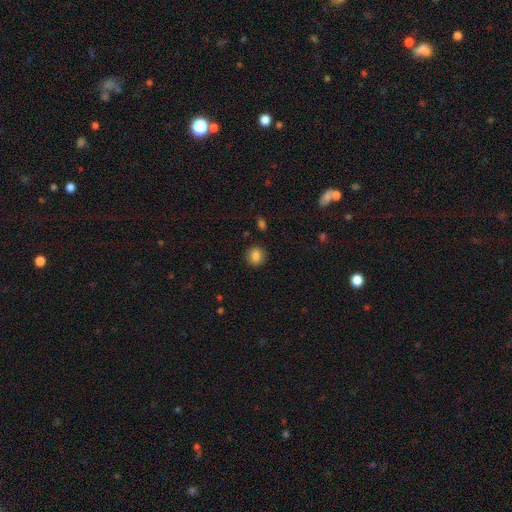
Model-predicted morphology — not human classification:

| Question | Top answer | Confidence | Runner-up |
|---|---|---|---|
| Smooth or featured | smooth | 85% | star or artifact (9%) |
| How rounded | round | 75% | in between (23%) |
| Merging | none | 89% | minor disturbance (8%) |